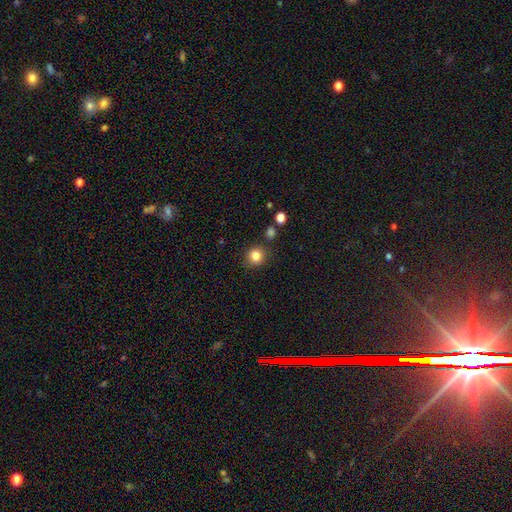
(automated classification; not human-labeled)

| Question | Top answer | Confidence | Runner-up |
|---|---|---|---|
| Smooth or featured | smooth | 83% | star or artifact (11%) |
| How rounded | round | 85% | in between (14%) |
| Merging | none | 83% | minor disturbance (10%) |